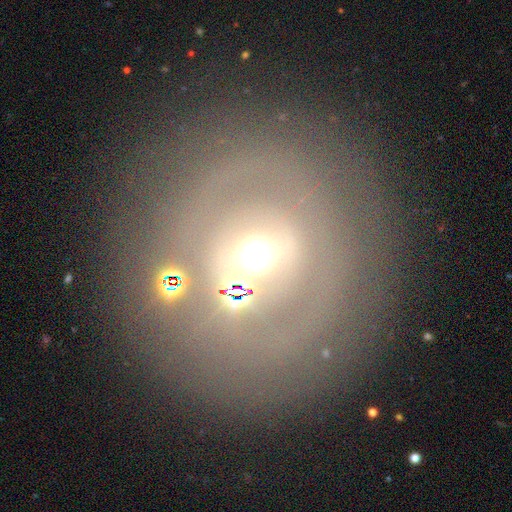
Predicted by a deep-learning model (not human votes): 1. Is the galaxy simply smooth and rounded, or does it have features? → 53% featured or disk, 31% smooth, 16% star or artifact.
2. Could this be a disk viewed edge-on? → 93% no, 7% yes.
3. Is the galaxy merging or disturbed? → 75% none, 12% minor disturbance, 9% major disturbance, 4% merger.